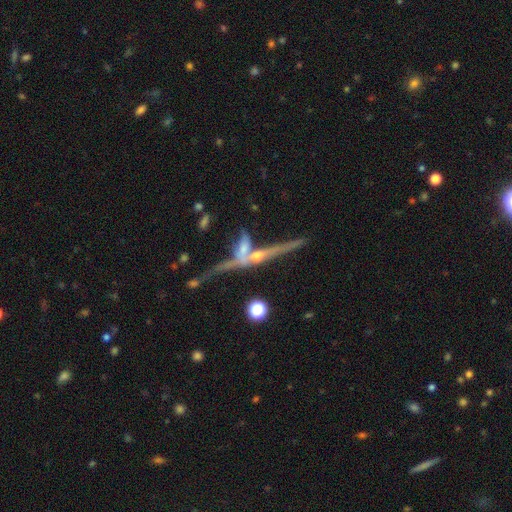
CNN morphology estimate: Smooth or featured?
  - featured or disk: 73% *
  - smooth: 16%
  - star or artifact: 10%
Edge-on disk?
  - yes: 87% *
  - no: 13%
Edge-on bulge?
  - rounded: 67% *
  - none: 23%
  - boxy: 10%
Merging?
  - none: 44% *
  - merger: 35%
  - minor disturbance: 13%
  - major disturbance: 8%